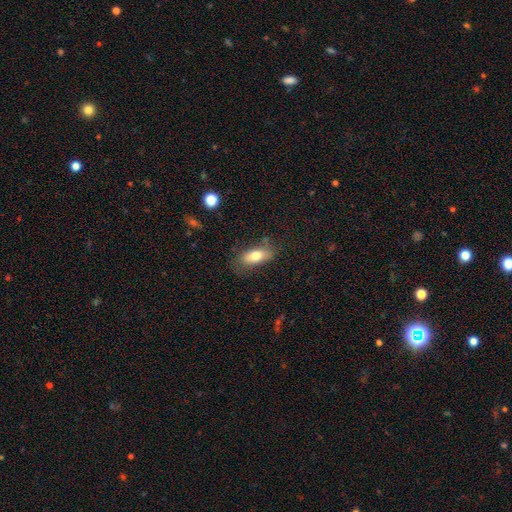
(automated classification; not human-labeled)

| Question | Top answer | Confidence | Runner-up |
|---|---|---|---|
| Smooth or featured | smooth | 75% | featured or disk (17%) |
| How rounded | in between | 83% | cigar-shaped (13%) |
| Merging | none | 67% | minor disturbance (22%) |